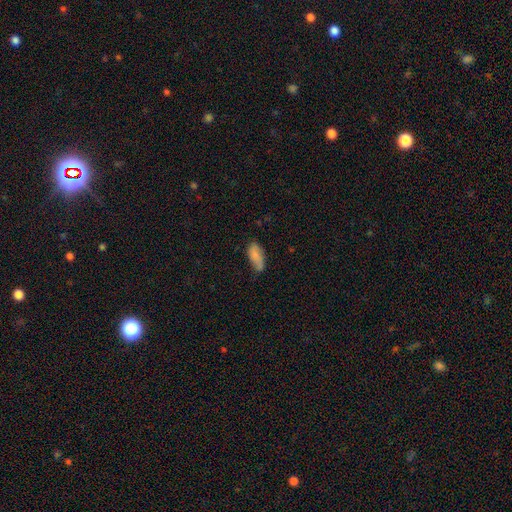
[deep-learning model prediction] smooth 81%, featured or disk 12%, star or artifact 7%. Down the decision tree: how rounded — in between (82%); merging — none (58%).